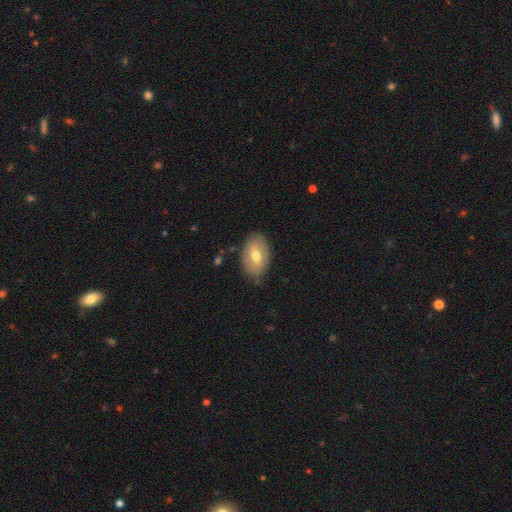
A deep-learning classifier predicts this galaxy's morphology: type=smooth (55%); roundness=in between (90%); merging=none (81%).